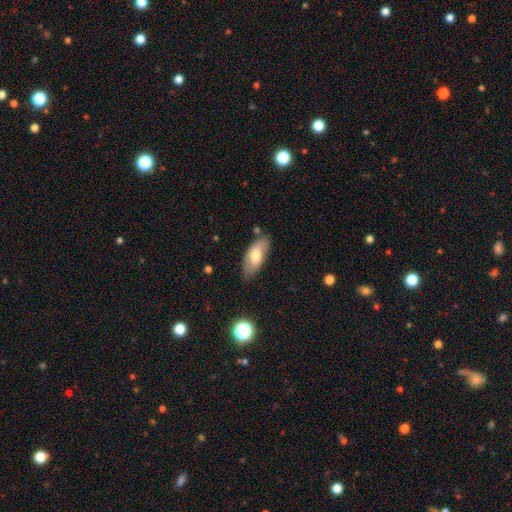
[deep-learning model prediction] smooth-or-featured: smooth: 64% | featured or disk: 29% | star or artifact: 7%
  how-rounded: in between: 85% | cigar-shaped: 13% | round: 3%
  merging: none: 77% | minor disturbance: 17% | major disturbance: 3% | merger: 3%